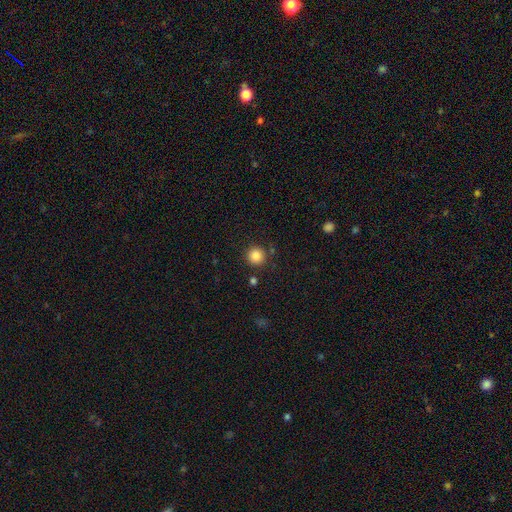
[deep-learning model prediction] smooth_or_featured: smooth (p=0.86) [alt: star or artifact p=0.10]
how_rounded: round (p=0.94) [alt: in between p=0.05]
merging: none (p=0.87) [alt: minor disturbance p=0.07]